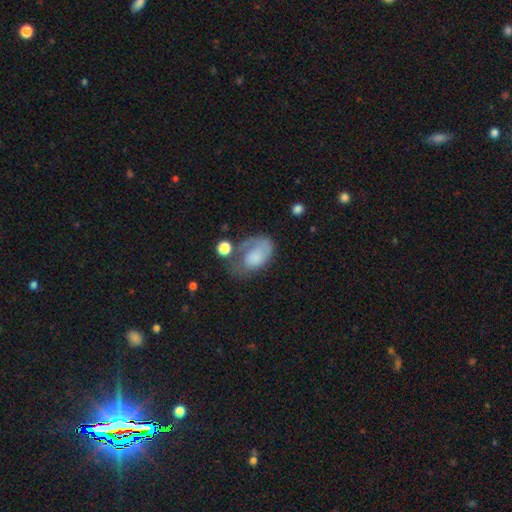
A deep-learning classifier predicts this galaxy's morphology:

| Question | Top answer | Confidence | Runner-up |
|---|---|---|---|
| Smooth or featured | featured or disk | 48% | smooth (44%) |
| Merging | major disturbance | 37% | none (32%) |